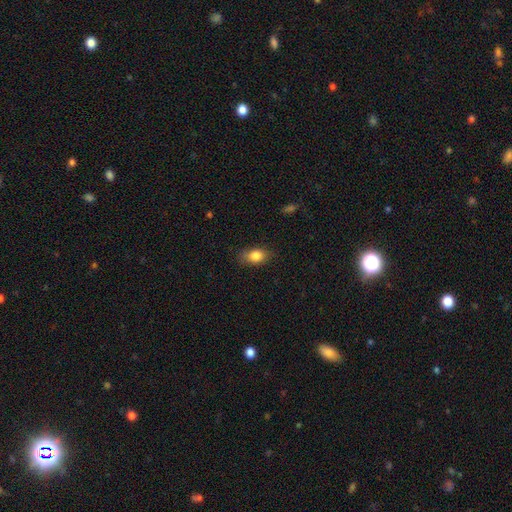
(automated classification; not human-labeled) smooth-or-featured: smooth: 83% | featured or disk: 9% | star or artifact: 8%
  how-rounded: in between: 80% | round: 17% | cigar-shaped: 3%
  merging: none: 76% | minor disturbance: 18% | major disturbance: 4% | merger: 1%